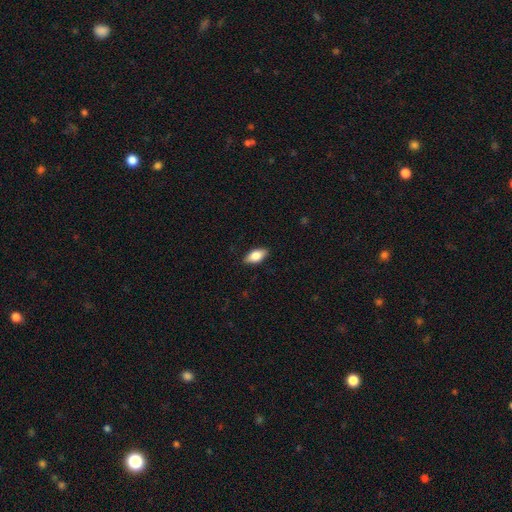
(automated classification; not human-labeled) Q: Smooth or featured?
A: smooth (77%); runner-up: featured or disk (17%)
Q: How rounded?
A: in between (88%); runner-up: cigar-shaped (8%)
Q: Merging?
A: none (87%); runner-up: minor disturbance (10%)